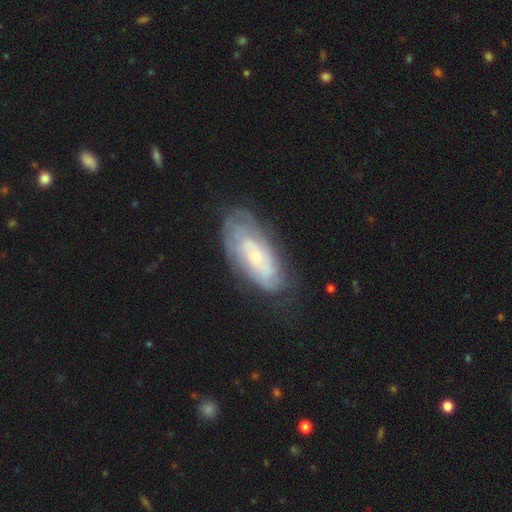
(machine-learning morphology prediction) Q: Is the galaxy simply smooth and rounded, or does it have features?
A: featured or disk — 63%.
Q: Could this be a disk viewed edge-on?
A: no — 89%.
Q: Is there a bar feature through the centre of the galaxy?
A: no — 76%.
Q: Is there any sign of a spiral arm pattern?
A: yes — 75%.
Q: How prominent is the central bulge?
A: small — 66%.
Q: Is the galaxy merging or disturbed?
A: none — 66%.